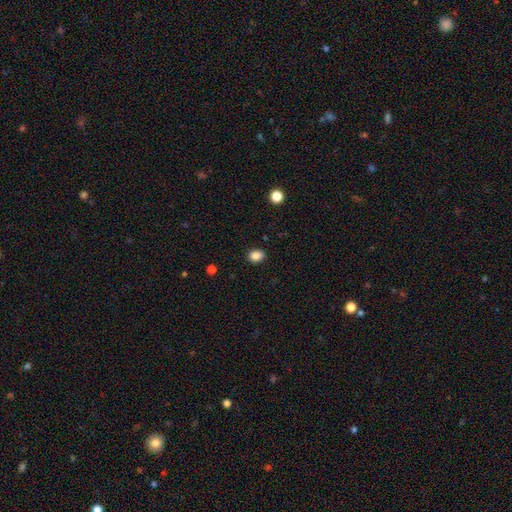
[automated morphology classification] Smooth or featured? smooth (86%)
How rounded? in between (60%)
Merging? none (89%)